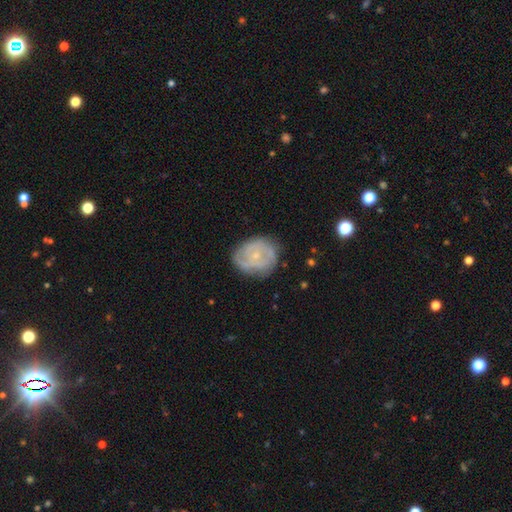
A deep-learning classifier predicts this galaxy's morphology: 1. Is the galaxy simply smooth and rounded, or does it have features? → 68% featured or disk, 25% smooth, 7% star or artifact.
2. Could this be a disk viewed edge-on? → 97% no, 3% yes.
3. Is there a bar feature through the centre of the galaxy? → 77% no, 20% weak, 3% strong.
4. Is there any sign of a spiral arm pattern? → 79% yes, 21% no.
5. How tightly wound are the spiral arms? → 57% tight, 33% medium, 10% loose.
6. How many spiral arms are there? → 39% can't tell, 29% 2, 17% 3, 6% 4, 5% 1, 4% more than 4.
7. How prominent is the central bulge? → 75% small, 19% moderate, 4% none, 1% large, 1% dominant.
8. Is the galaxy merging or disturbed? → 72% none, 20% minor disturbance, 6% major disturbance, 1% merger.